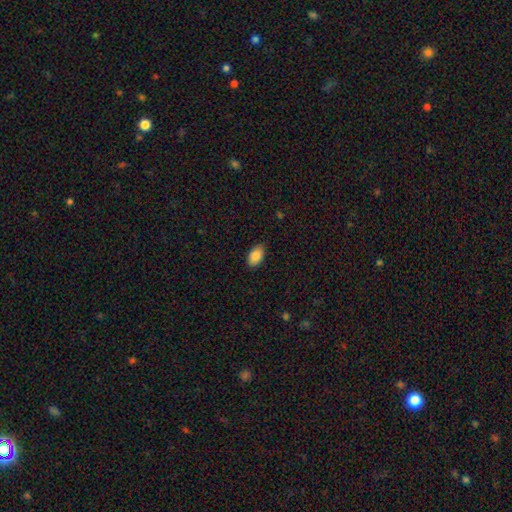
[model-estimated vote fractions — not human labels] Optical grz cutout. It shows a smooth galaxy with no disk features (85%) that is in between round and cigar-shaped (93%). Merging: none (84%).